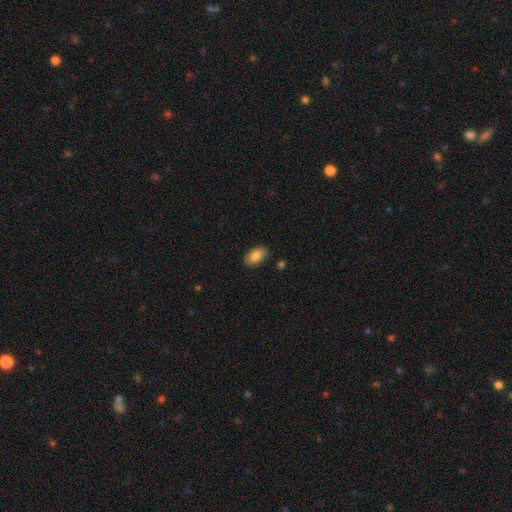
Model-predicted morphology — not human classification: smooth-or-featured: smooth: 84% | featured or disk: 10% | star or artifact: 7%
  how-rounded: in between: 93% | round: 6% | cigar-shaped: 2%
  merging: none: 83% | minor disturbance: 13% | major disturbance: 2% | merger: 2%